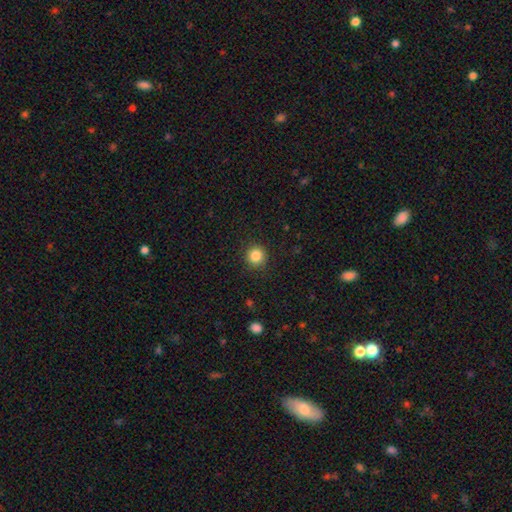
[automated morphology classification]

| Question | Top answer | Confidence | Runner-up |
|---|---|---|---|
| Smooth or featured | smooth | 85% | star or artifact (11%) |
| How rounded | round | 94% | in between (5%) |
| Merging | none | 91% | minor disturbance (6%) |